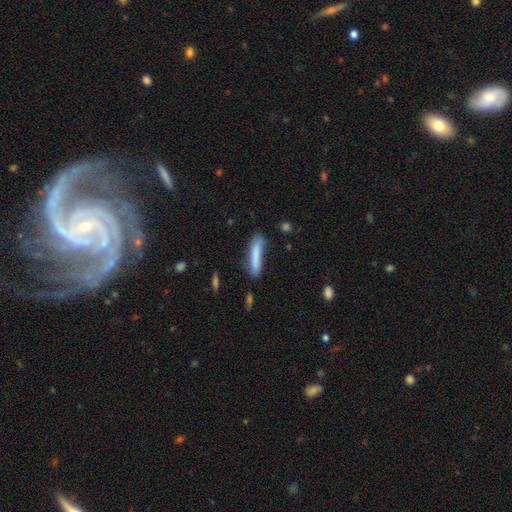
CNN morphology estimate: A smooth galaxy with no disk features (79%) that is cigar-shaped (87%).

Vote fractions:
- Smooth or featured? smooth: 79% / featured or disk: 14% / star or artifact: 7%
- How rounded? cigar-shaped: 87% / in between: 12% / round: 1%
- Merging? none: 65% / minor disturbance: 23% / major disturbance: 7% / merger: 4%